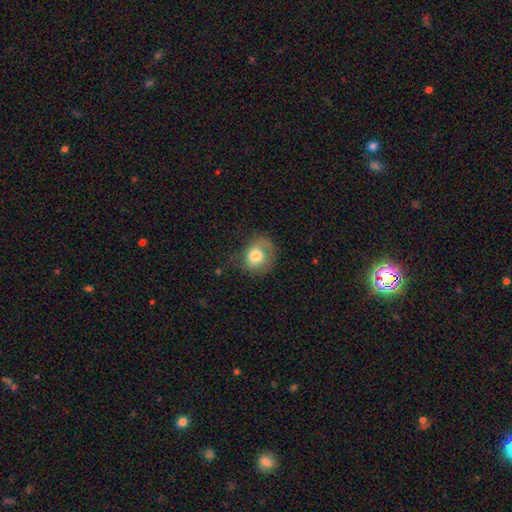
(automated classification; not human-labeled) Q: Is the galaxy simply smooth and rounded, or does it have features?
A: smooth — 69%.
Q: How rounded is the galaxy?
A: round — 58%.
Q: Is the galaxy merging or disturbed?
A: none — 48%.